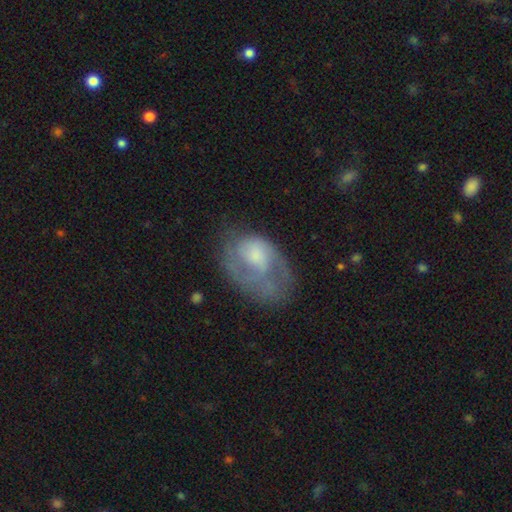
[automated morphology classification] Q: Smooth or featured?
A: featured or disk (61%); runner-up: smooth (32%)
Q: Edge-on disk?
A: no (97%); runner-up: yes (3%)
Q: Bar?
A: no (65%); runner-up: weak (30%)
Q: Spiral arms?
A: yes (73%); runner-up: no (27%)
Q: Bulge size?
A: moderate (36%); runner-up: small (28%)
Q: Merging?
A: none (42%); runner-up: major disturbance (30%)